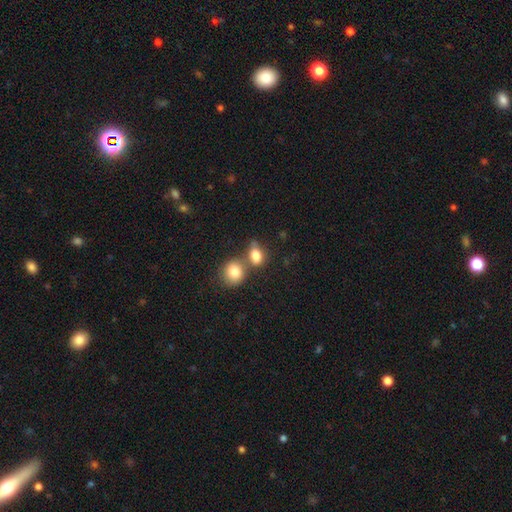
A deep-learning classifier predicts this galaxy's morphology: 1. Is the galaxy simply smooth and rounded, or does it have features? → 81% smooth, 10% featured or disk, 9% star or artifact.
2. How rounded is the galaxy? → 64% in between, 33% round, 3% cigar-shaped.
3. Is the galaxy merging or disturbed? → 46% merger, 36% none, 12% minor disturbance, 6% major disturbance.